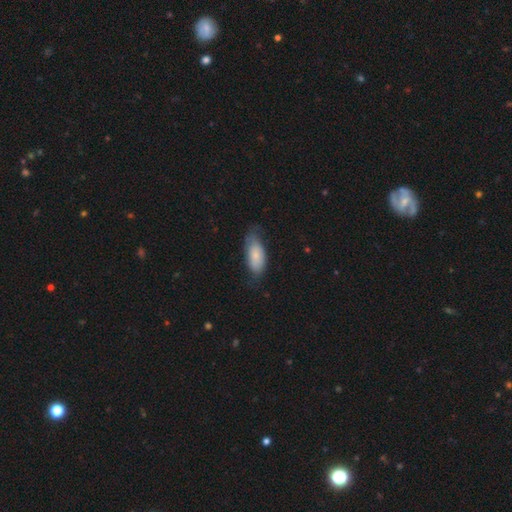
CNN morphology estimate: Smooth or featured? Predicted: smooth (p=0.78). How rounded? Predicted: in between (p=0.87). Merging? Predicted: none (p=0.60).